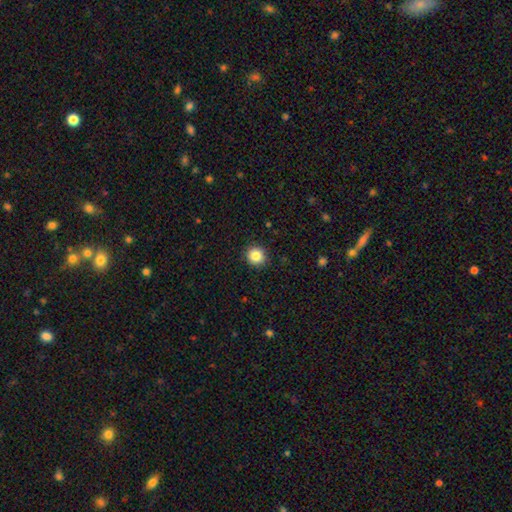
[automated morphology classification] A smooth galaxy with no disk features (84%) that is round (92%).

Vote fractions:
- Smooth or featured? smooth: 84% / star or artifact: 10% / featured or disk: 5%
- How rounded? round: 92% / in between: 7% / cigar-shaped: 1%
- Merging? none: 90% / minor disturbance: 7% / major disturbance: 2% / merger: 1%